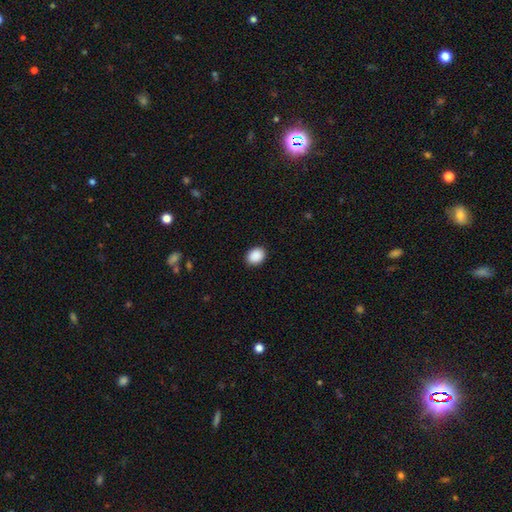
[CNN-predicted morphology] This appears to be a smooth galaxy with no disk features (90%) that is in between round and cigar-shaped (62%). Merging: none (90%).